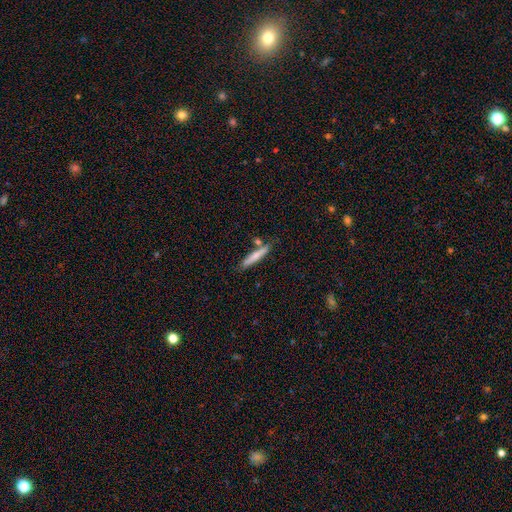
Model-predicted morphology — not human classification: This appears to be a smooth galaxy with no disk features (69%) that is cigar-shaped (93%). Merging: none (77%).